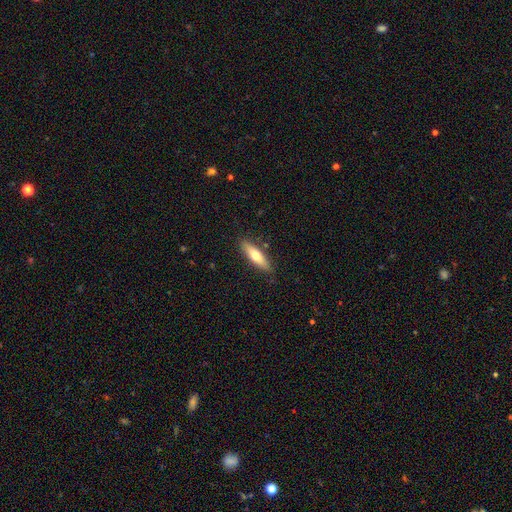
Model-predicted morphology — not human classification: Smooth or featured? smooth (62%)
How rounded? cigar-shaped (60%)
Merging? none (86%)